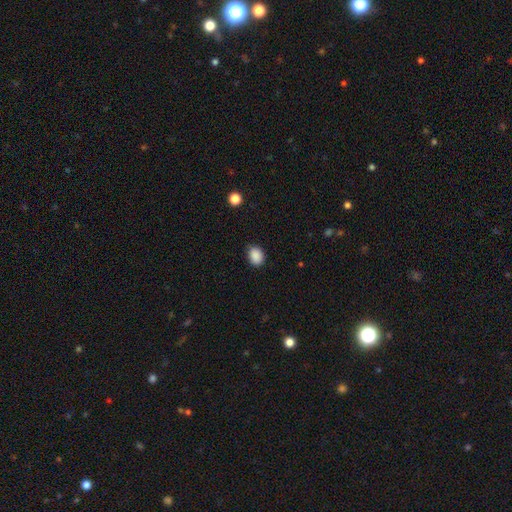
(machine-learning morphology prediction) This appears to be a smooth galaxy with no disk features (88%) that is in between round and cigar-shaped (58%). Merging: none (80%).